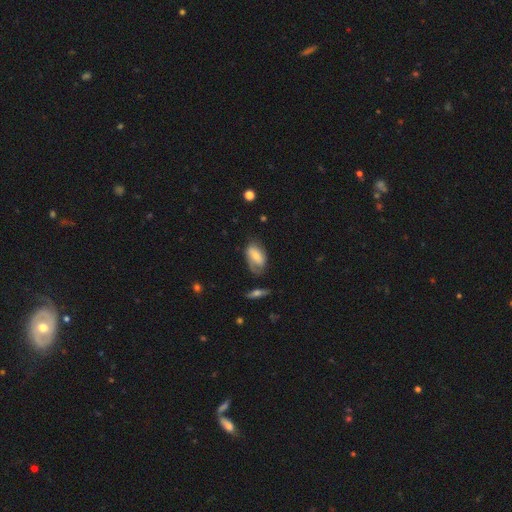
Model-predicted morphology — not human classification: Smooth or featured? Predicted: smooth (p=0.49). Merging? Predicted: none (p=0.56).